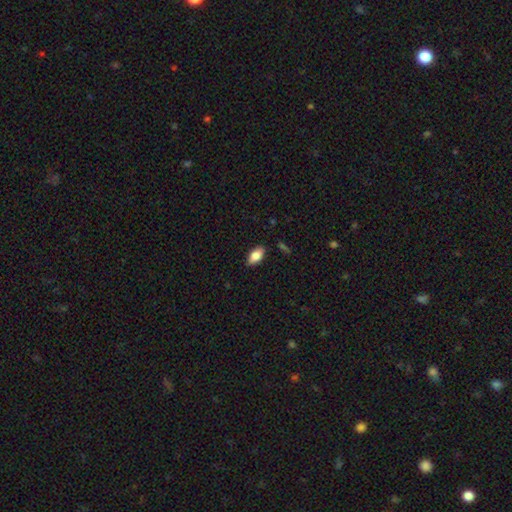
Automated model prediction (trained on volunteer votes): smooth-or-featured: smooth: 83% | featured or disk: 10% | star or artifact: 7%
  how-rounded: in between: 92% | cigar-shaped: 5% | round: 3%
  merging: none: 86% | minor disturbance: 11% | major disturbance: 2% | merger: 1%